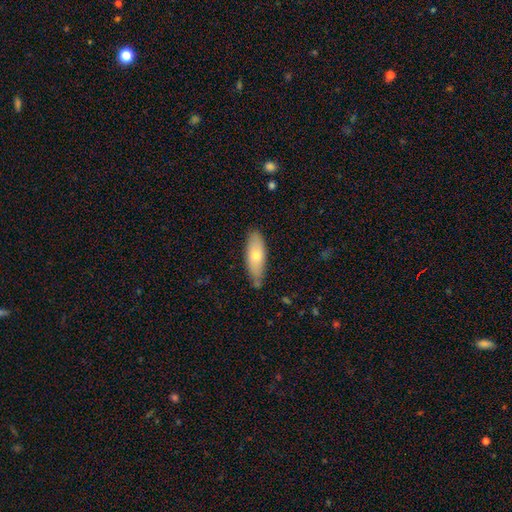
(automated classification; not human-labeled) This is likely a smooth galaxy (66%). How rounded: possibly in between (60%). Merging: likely none (78%).